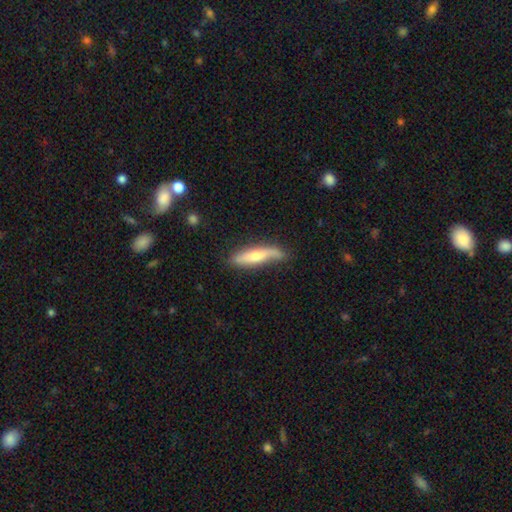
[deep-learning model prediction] Q: Smooth or featured?
A: featured or disk (47%); tied with: smooth (47%)
Q: Merging?
A: none (65%); runner-up: minor disturbance (26%)